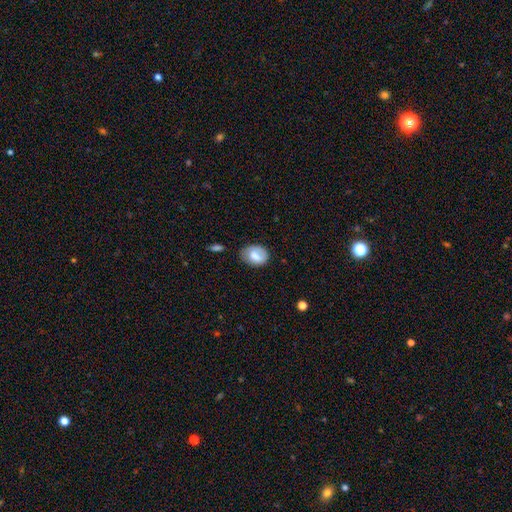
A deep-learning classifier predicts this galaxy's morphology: Smooth or featured? Predicted: smooth (p=0.72). How rounded? Predicted: in between (p=0.74). Merging? Predicted: none (p=0.61).